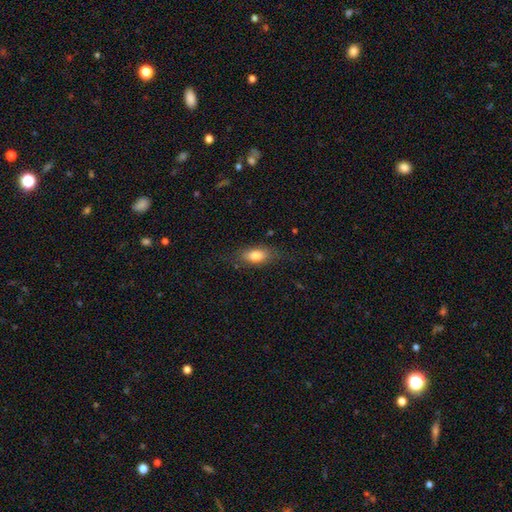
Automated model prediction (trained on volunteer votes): smooth_or_featured: smooth (p=0.79) [alt: featured or disk p=0.14]
how_rounded: in between (p=0.83) [alt: cigar-shaped p=0.12]
merging: none (p=0.76) [alt: minor disturbance p=0.17]